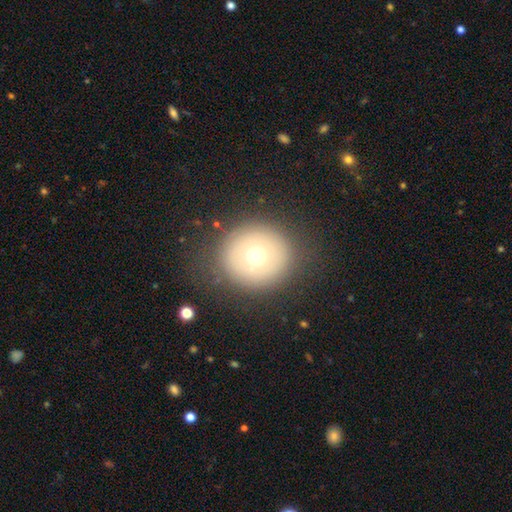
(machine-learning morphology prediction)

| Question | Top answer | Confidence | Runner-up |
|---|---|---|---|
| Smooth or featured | smooth | 64% | featured or disk (25%) |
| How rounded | round | 89% | in between (11%) |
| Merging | none | 83% | minor disturbance (10%) |